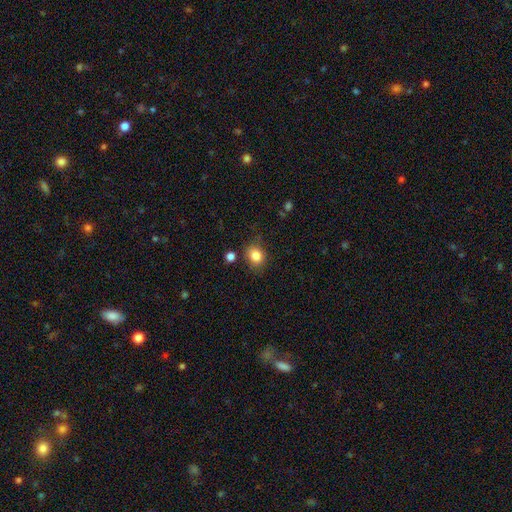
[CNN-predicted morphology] smooth_or_featured: smooth (p=0.84) [alt: star or artifact p=0.10]
how_rounded: round (p=0.63) [alt: in between p=0.36]
merging: none (p=0.78) [alt: minor disturbance p=0.14]